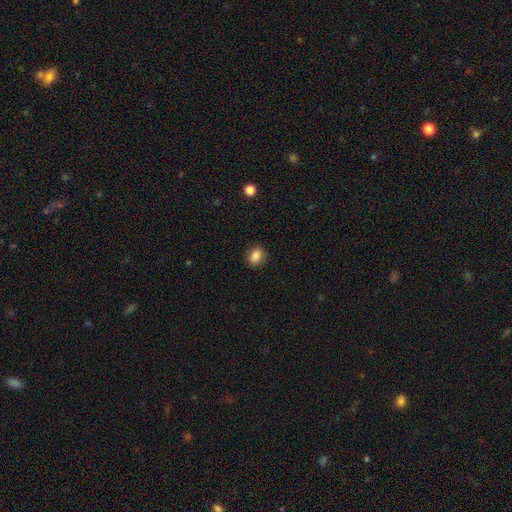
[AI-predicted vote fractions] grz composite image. It shows a smooth galaxy with no disk features (85%) that is in between round and cigar-shaped (59%). Merging: none (86%).